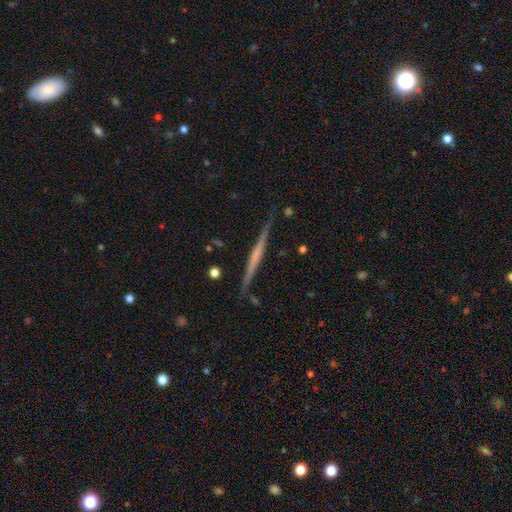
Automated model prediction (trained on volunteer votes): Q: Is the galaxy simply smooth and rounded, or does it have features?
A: featured or disk — 72%.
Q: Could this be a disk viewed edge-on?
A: yes — 98%.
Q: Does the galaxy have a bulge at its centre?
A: none — 57%.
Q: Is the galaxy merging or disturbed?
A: none — 88%.